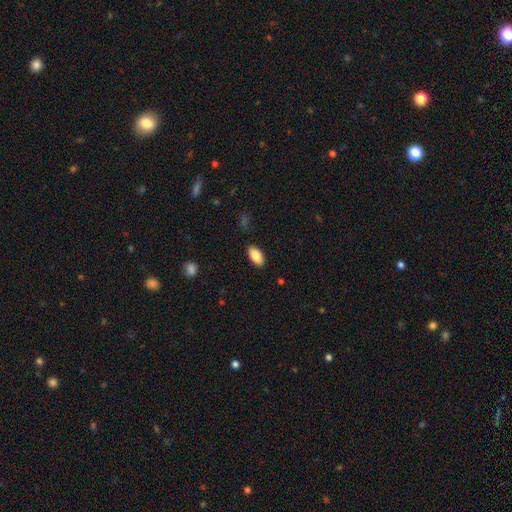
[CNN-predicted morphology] Overall: smooth (85%). How rounded: in between (94%). Merging: none (88%).